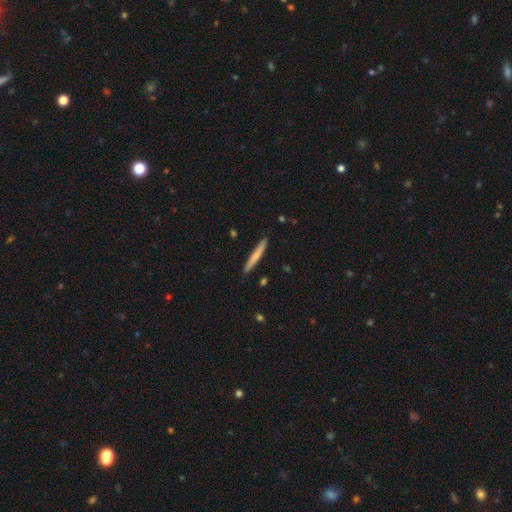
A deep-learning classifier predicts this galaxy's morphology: Overall: smooth (70%). How rounded: cigar-shaped (96%). Merging: none (90%).